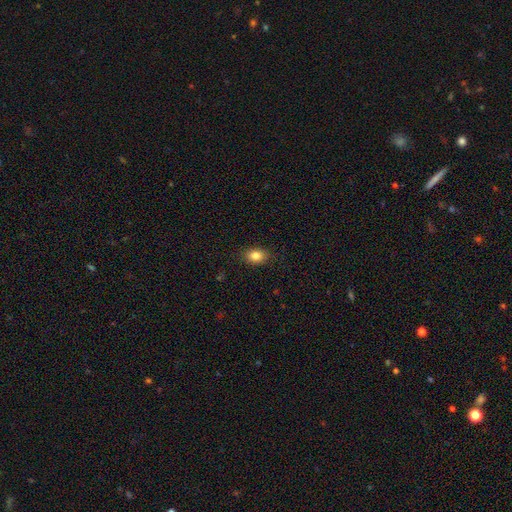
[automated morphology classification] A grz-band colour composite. It shows a smooth galaxy with no disk features (85%) that is in between round and cigar-shaped (78%). Merging: none (86%).